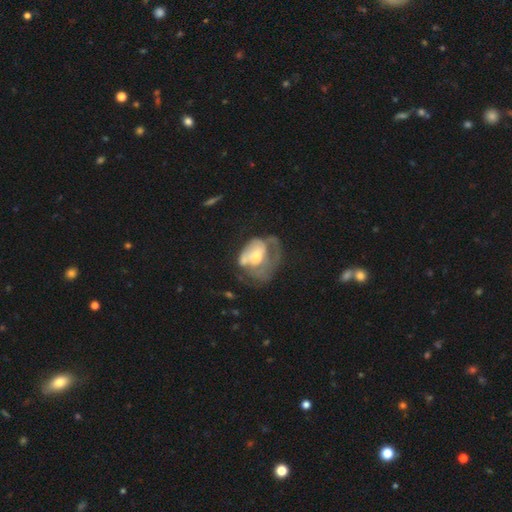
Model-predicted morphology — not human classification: Smooth or featured?
  - featured or disk: 57% *
  - smooth: 36%
  - star or artifact: 8%
Edge-on disk?
  - no: 97% *
  - yes: 3%
Bar?
  - no: 76% *
  - weak: 19%
  - strong: 5%
Spiral arms?
  - no: 61% *
  - yes: 39%
Bulge size?
  - moderate: 51% *
  - small: 38%
  - large: 7%
  - none: 3%
  - dominant: 1%
Merging?
  - major disturbance: 48% *
  - none: 21%
  - minor disturbance: 20%
  - merger: 11%